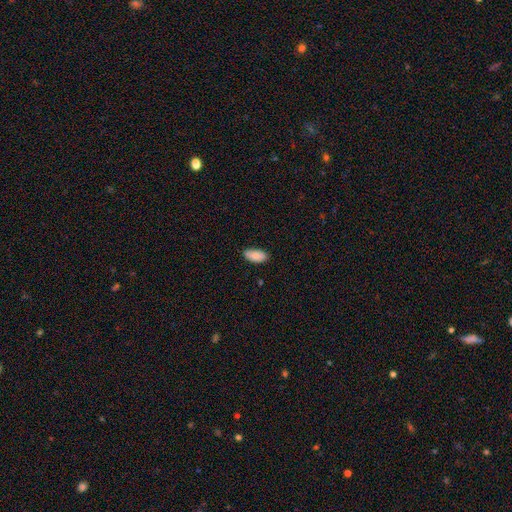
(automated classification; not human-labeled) smooth_or_featured: smooth (p=0.84) [alt: featured or disk p=0.09]
how_rounded: in between (p=0.93) [alt: cigar-shaped p=0.05]
merging: none (p=0.76) [alt: minor disturbance p=0.20]